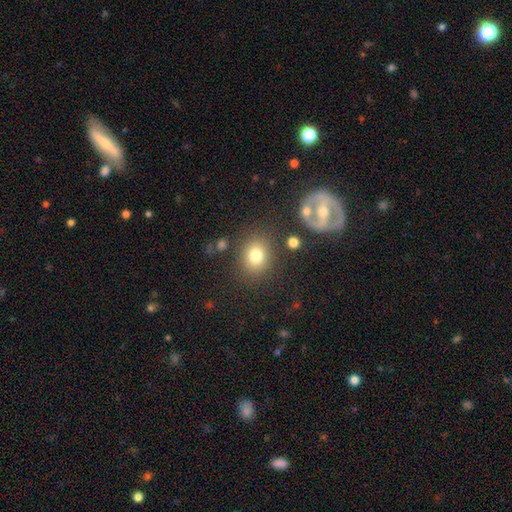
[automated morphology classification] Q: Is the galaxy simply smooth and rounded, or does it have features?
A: smooth — 78%.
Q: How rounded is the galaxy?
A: round — 62%.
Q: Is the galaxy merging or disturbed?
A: none — 79%.